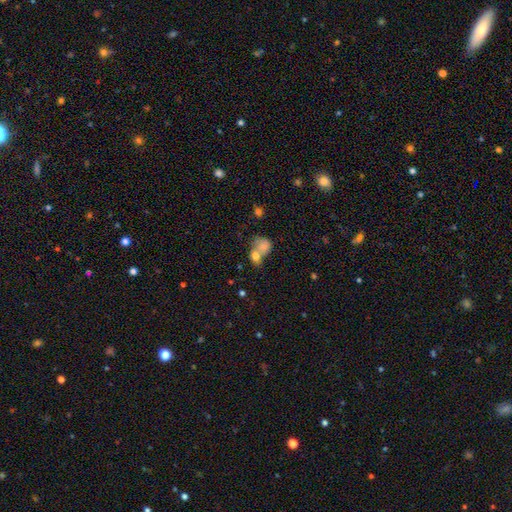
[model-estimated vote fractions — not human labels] The model was most divided on "how rounded": in between: 51%, round: 47%, cigar-shaped: 2%. More confident: smooth or featured — smooth (73%); merging — merger (68%).